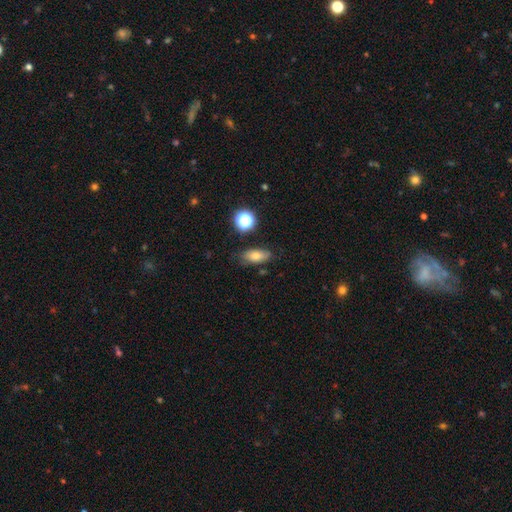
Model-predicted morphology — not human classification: smooth 75%, featured or disk 14%, star or artifact 12%. Down the decision tree: how rounded — in between (81%); merging — none (75%).